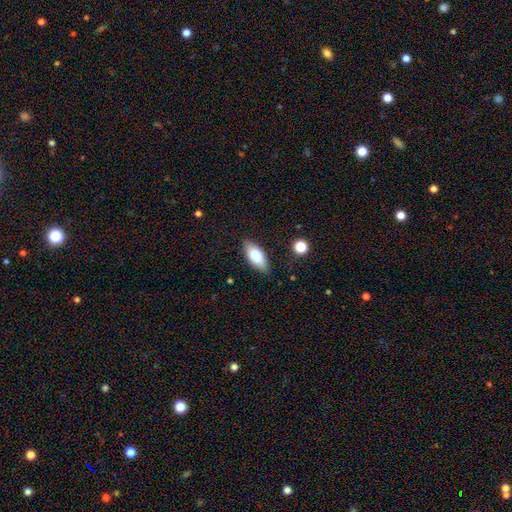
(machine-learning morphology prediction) Smooth or featured? Predicted: smooth (p=0.80). How rounded? Predicted: in between (p=0.84). Merging? Predicted: none (p=0.81).